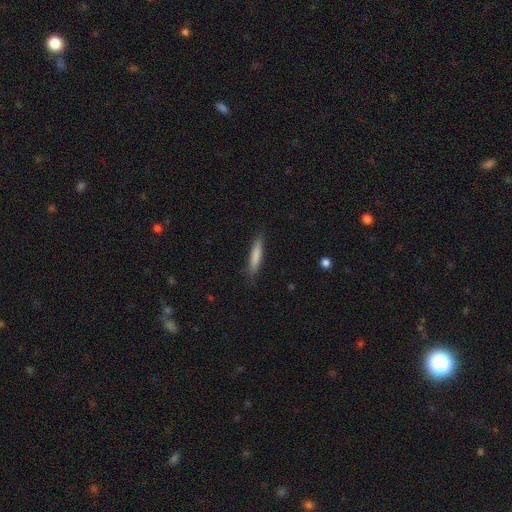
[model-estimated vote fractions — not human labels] smooth-or-featured: smooth: 80% | featured or disk: 14% | star or artifact: 6%
  how-rounded: cigar-shaped: 87% | in between: 12% | round: 1%
  merging: none: 84% | minor disturbance: 13% | major disturbance: 3% | merger: 1%